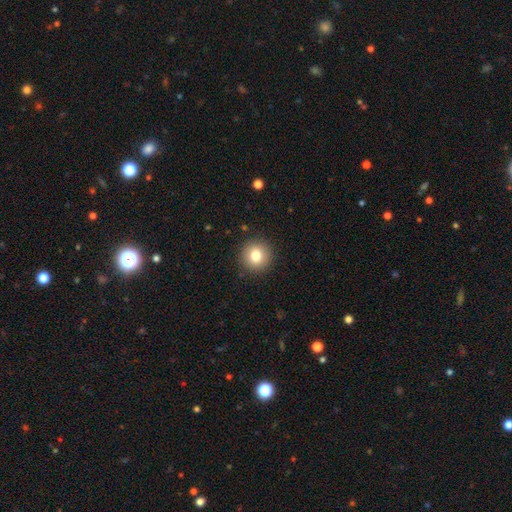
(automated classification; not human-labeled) This appears to be a smooth galaxy with no disk features (79%) that is round (93%). Merging: none (91%).